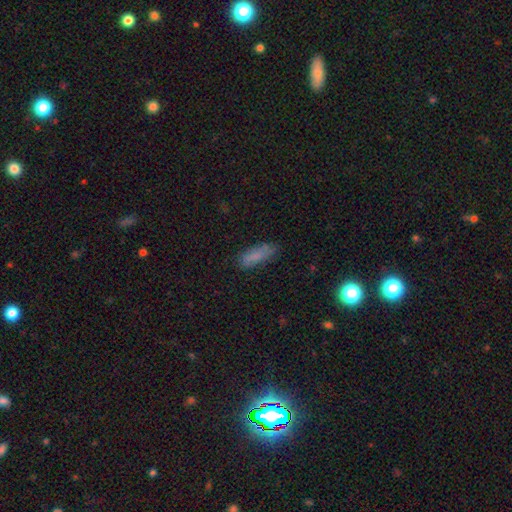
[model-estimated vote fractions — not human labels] Q: Smooth or featured?
A: smooth (77%); runner-up: featured or disk (13%)
Q: How rounded?
A: in between (60%); runner-up: cigar-shaped (38%)
Q: Merging?
A: none (70%); runner-up: minor disturbance (22%)